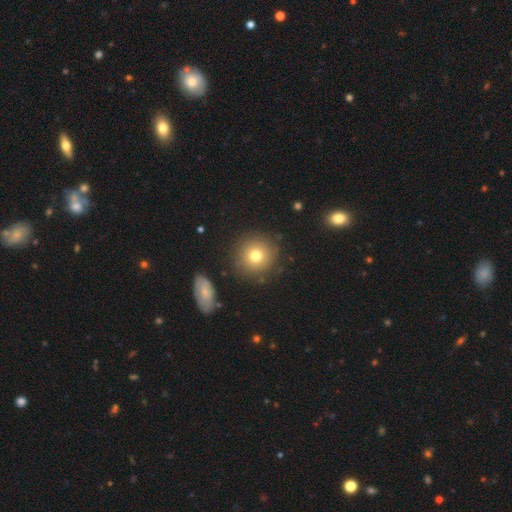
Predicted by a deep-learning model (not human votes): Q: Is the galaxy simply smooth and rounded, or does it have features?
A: smooth — 76%.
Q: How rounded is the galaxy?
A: round — 92%.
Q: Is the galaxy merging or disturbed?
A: none — 86%.